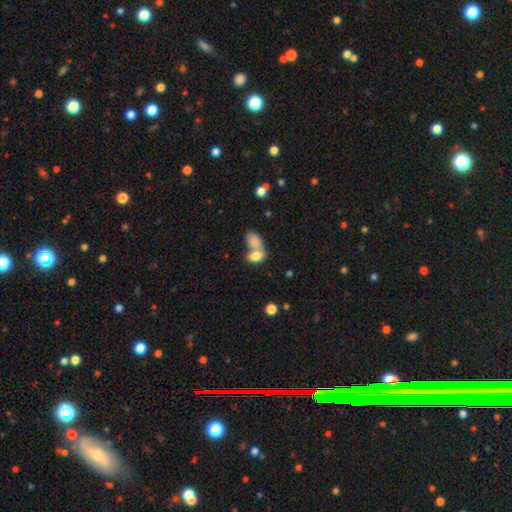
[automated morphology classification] smooth_or_featured: smooth (p=0.82) [alt: featured or disk p=0.10]
how_rounded: in between (p=0.86) [alt: round p=0.12]
merging: merger (p=0.61) [alt: none p=0.26]